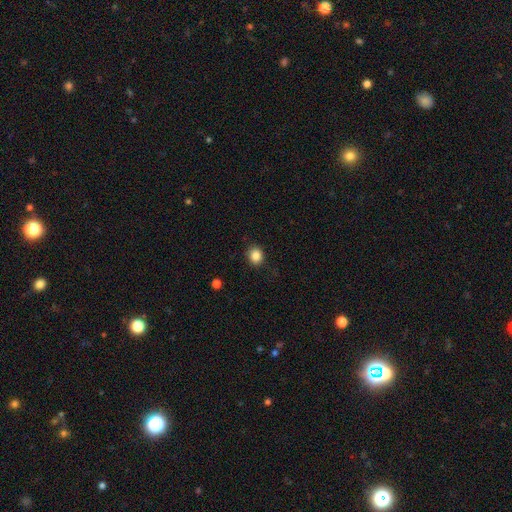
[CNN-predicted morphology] Smooth or featured? Predicted: smooth (p=0.85). How rounded? Predicted: round (p=0.77). Merging? Predicted: none (p=0.88).